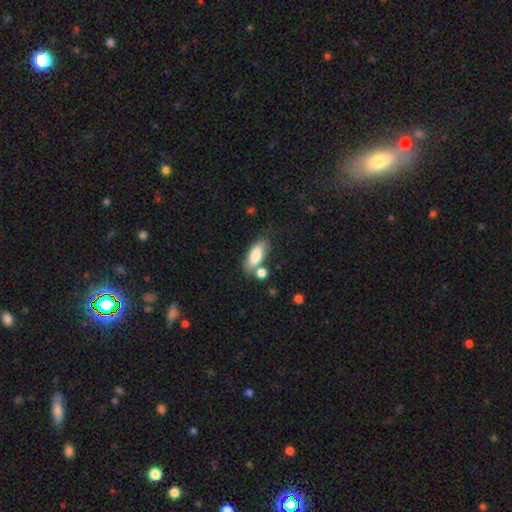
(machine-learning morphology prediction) Q: Smooth or featured?
A: smooth (81%); runner-up: featured or disk (12%)
Q: How rounded?
A: in between (81%); runner-up: cigar-shaped (15%)
Q: Merging?
A: none (59%); runner-up: merger (19%)